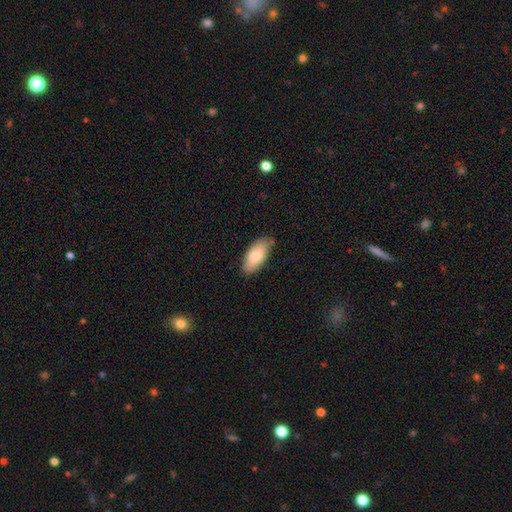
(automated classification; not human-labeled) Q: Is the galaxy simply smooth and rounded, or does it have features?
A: smooth — 79%.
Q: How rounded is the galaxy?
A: in between — 89%.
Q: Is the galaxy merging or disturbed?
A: none — 78%.